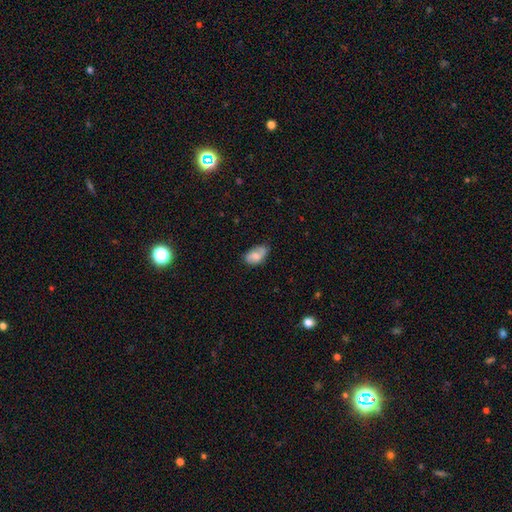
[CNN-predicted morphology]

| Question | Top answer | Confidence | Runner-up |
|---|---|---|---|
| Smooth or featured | smooth | 66% | featured or disk (27%) |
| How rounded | in between | 91% | round (7%) |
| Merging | none | 59% | minor disturbance (32%) |